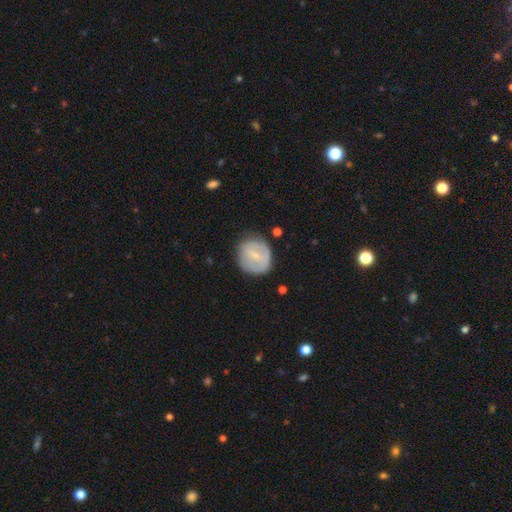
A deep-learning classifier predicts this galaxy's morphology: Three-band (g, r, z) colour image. It shows a smooth galaxy with no disk features (49%). Merging: none (71%).